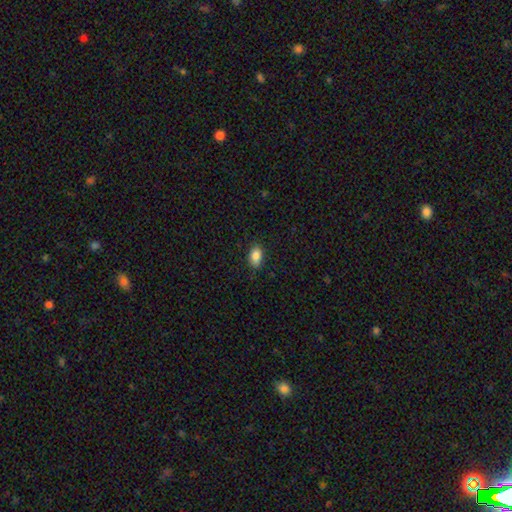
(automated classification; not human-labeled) smooth-or-featured: smooth: 86% | star or artifact: 8% | featured or disk: 6%
  how-rounded: in between: 89% | round: 9% | cigar-shaped: 2%
  merging: none: 84% | minor disturbance: 12% | major disturbance: 2% | merger: 1%